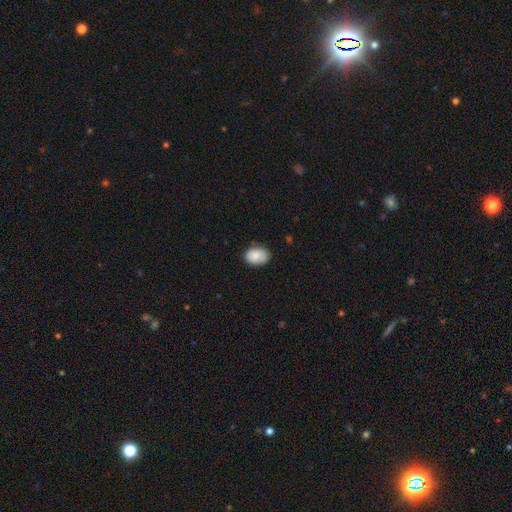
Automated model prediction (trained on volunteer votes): The model was most divided on "merging": none: 74%, minor disturbance: 21%, major disturbance: 4%, merger: 1%. More confident: smooth or featured — smooth (83%); how rounded — in between (81%).